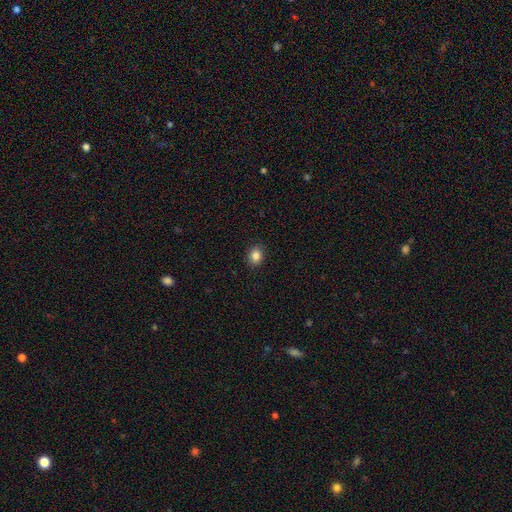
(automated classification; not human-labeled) Smooth or featured? Predicted: smooth (p=0.85). How rounded? Predicted: round (p=0.54). Merging? Predicted: none (p=0.90).